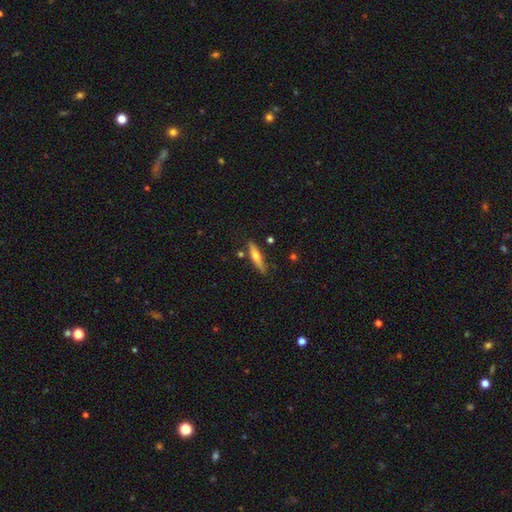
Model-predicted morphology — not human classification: The model was most divided on "smooth or featured" (2-way tie): featured or disk: 47%, smooth: 47%, star or artifact: 6%. More confident: merging — none (79%).